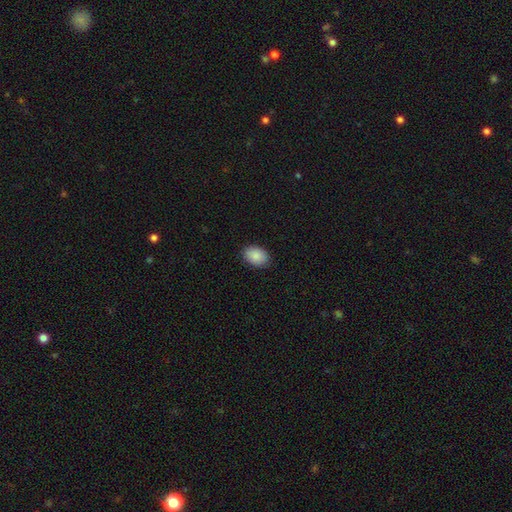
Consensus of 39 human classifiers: smooth_or_featured: smooth (p=0.85) [alt: star or artifact p=0.10]
how_rounded: in between (p=0.88) [alt: round p=0.09]
merging: none (p=0.86) [alt: minor disturbance p=0.11]